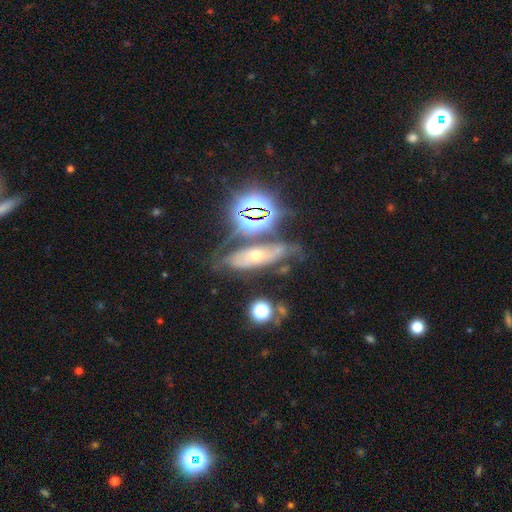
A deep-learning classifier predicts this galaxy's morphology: Q: Smooth or featured?
A: featured or disk (42%); runner-up: star or artifact (35%)
Q: Merging?
A: none (58%); runner-up: minor disturbance (20%)